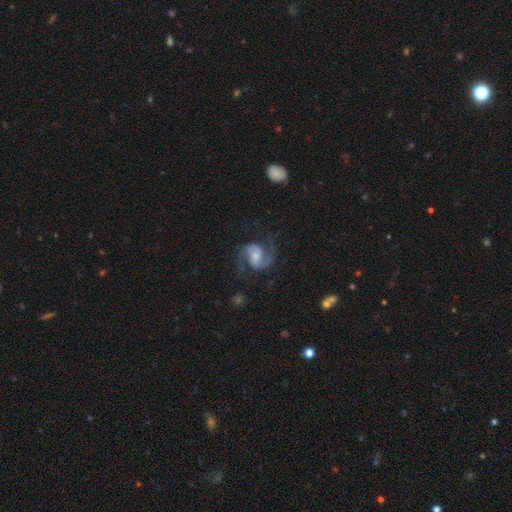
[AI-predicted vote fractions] This is clearly a featured or disk galaxy (89%). It is clearly not viewed edge-on (98%). Bar: possibly no (47%). Spiral arm pattern: clearly yes (98%). Spiral arm count: clearly 2 (93%). Spiral winding: possibly medium (58%). Central bulge: possibly moderate (46%). Merging: likely none (74%).